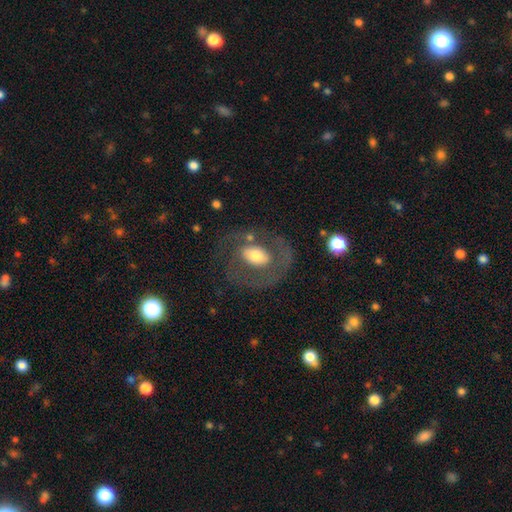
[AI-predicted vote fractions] Smooth or featured: featured or disk — 64% (smooth — 29%)
Edge-on disk: no — 95% (yes — 5%)
Bar: no — 51% (weak — 31%)
Spiral arms: yes — 55% (no — 45%)
Bulge size: moderate — 55% (large — 26%)
Merging: none — 61% (major disturbance — 18%)